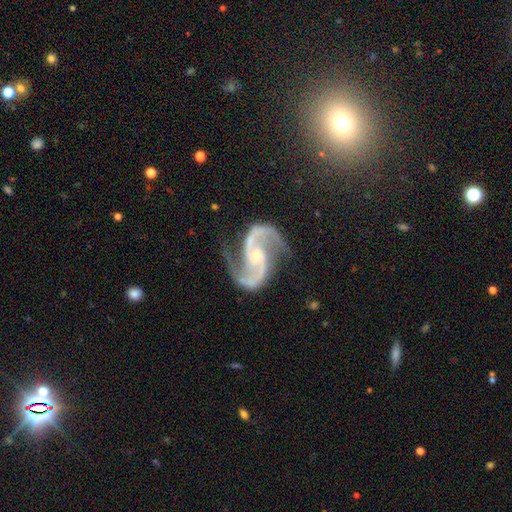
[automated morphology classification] Q: Smooth or featured?
A: featured or disk (94%); runner-up: star or artifact (4%)
Q: Edge-on disk?
A: no (98%); runner-up: yes (2%)
Q: Bar?
A: no (52%); runner-up: weak (34%)
Q: Spiral arms?
A: yes (99%); runner-up: no (1%)
Q: Spiral winding?
A: medium (57%); runner-up: loose (32%)
Q: Spiral arm count?
A: 2 (95%); runner-up: 3 (1%)
Q: Bulge size?
A: small (65%); runner-up: moderate (28%)
Q: Merging?
A: none (76%); runner-up: minor disturbance (15%)